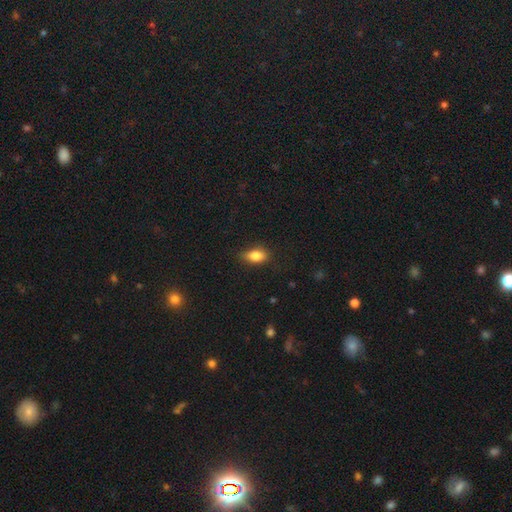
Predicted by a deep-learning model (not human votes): This appears to be a smooth galaxy with no disk features (81%) that is in between round and cigar-shaped (82%). Merging: none (76%).